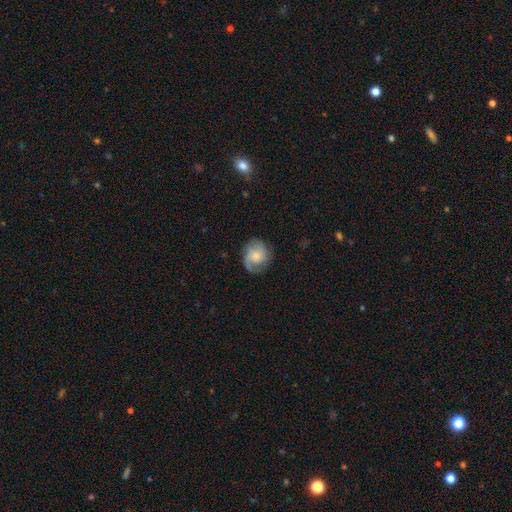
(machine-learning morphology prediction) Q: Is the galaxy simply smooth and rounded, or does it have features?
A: featured or disk — 56%.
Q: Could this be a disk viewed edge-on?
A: no — 97%.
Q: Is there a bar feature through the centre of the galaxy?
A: no — 73%.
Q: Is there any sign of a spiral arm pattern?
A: yes — 90%.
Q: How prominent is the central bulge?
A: moderate — 44%.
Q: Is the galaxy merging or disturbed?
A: none — 70%.